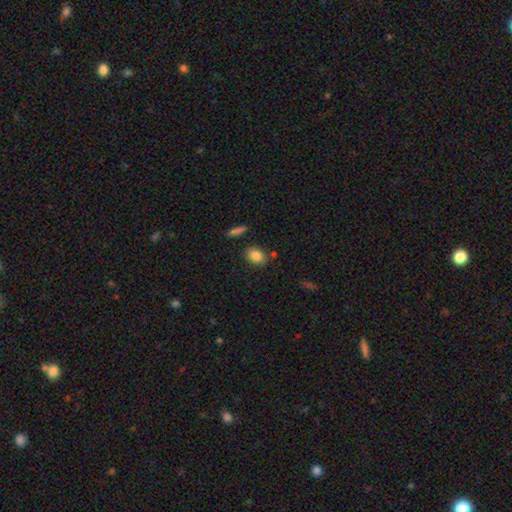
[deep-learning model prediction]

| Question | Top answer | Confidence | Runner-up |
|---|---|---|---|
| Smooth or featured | smooth | 86% | star or artifact (8%) |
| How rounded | in between | 71% | round (28%) |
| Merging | none | 81% | minor disturbance (11%) |